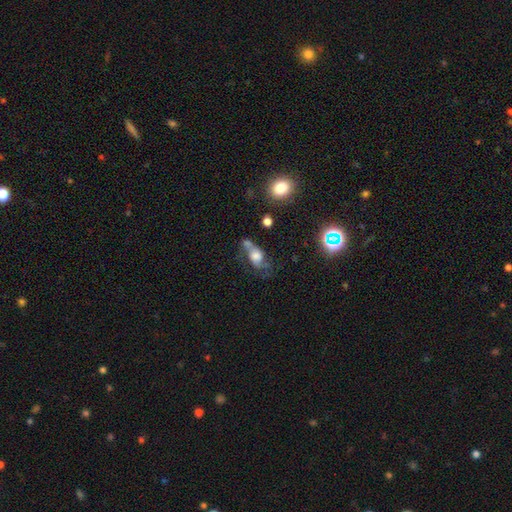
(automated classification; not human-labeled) A smooth galaxy with no disk features (45%).

Vote fractions:
- Smooth or featured? smooth: 45% / featured or disk: 41% / star or artifact: 14%
- Merging? none: 29% / major disturbance: 28% / merger: 22% / minor disturbance: 21%